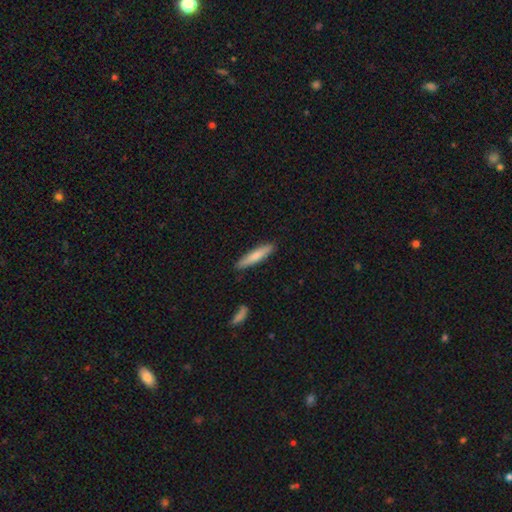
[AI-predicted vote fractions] Smooth or featured?
  - smooth: 73% *
  - featured or disk: 22%
  - star or artifact: 5%
How rounded?
  - cigar-shaped: 89% *
  - in between: 10%
  - round: 1%
Merging?
  - none: 88% *
  - minor disturbance: 9%
  - major disturbance: 2%
  - merger: 2%